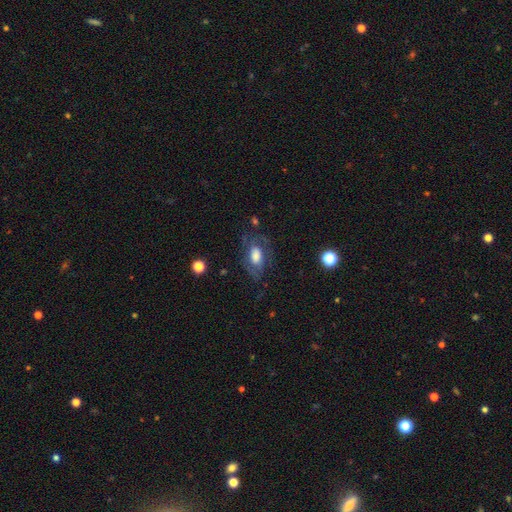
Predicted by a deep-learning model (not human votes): Smooth or featured? Predicted: featured or disk (p=0.53). Edge-on disk? Predicted: no (p=0.92). Merging? Predicted: none (p=0.62).